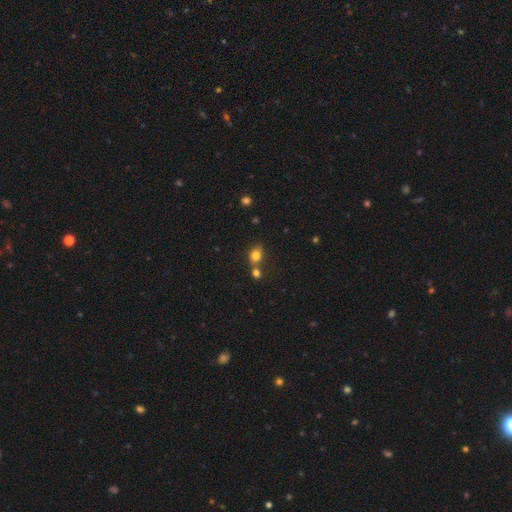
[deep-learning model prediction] Smooth or featured: smooth — 81% (star or artifact — 12%)
How rounded: round — 50% (in between — 49%)
Merging: none — 49% (merger — 36%)